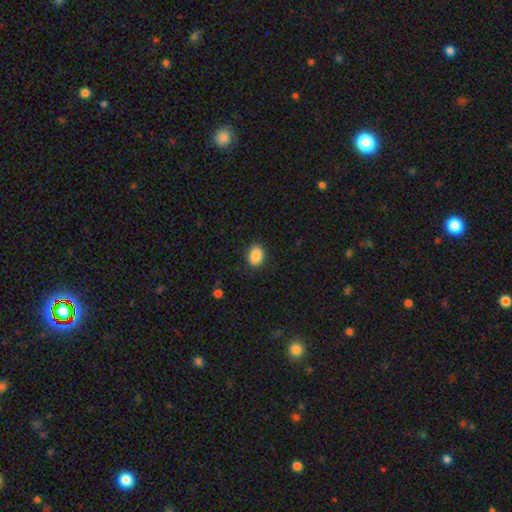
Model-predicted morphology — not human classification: A smooth galaxy with no disk features (89%) that is in between round and cigar-shaped (72%).

Vote fractions:
- Smooth or featured? smooth: 89% / star or artifact: 8% / featured or disk: 3%
- How rounded? in between: 72% / round: 27% / cigar-shaped: 1%
- Merging? none: 86% / minor disturbance: 11% / major disturbance: 3% / merger: 1%